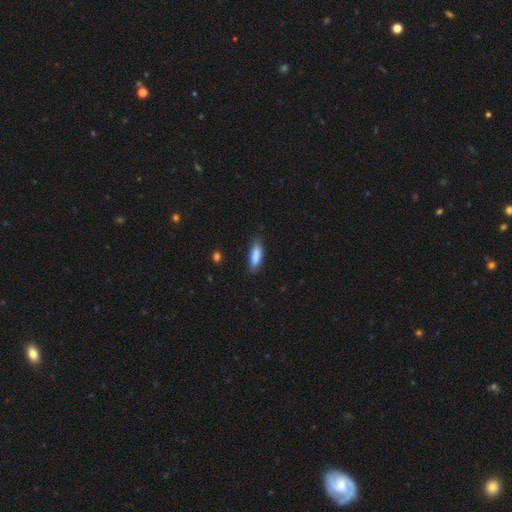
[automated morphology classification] This is clearly a smooth galaxy (86%). How rounded: possibly in between (59%). Merging: likely none (78%).